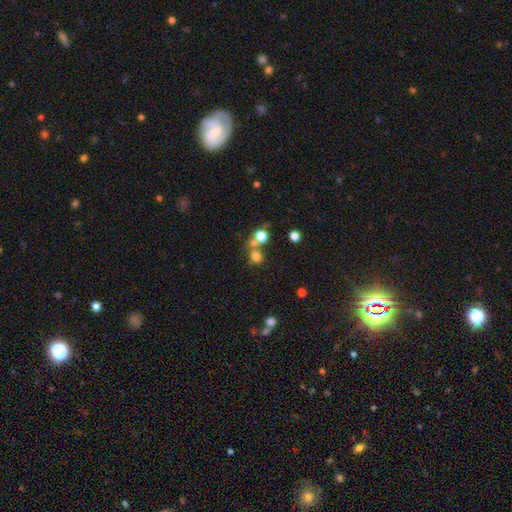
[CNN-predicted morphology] This is likely a smooth galaxy (72%). How rounded: likely round (75%). Merging: possibly none (50%).